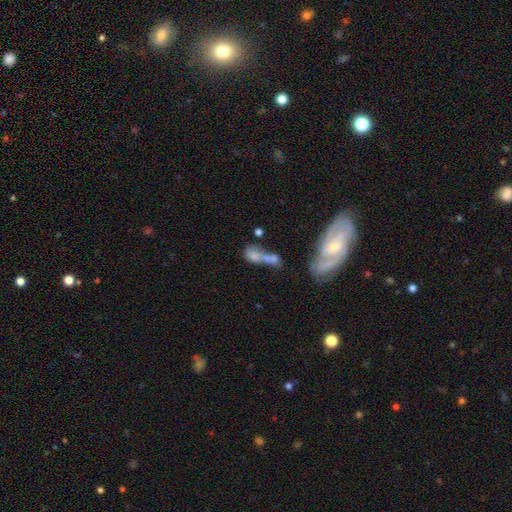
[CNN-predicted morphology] Smooth or featured?
  - smooth: 60% *
  - featured or disk: 27%
  - star or artifact: 13%
How rounded?
  - in between: 62% *
  - cigar-shaped: 21%
  - round: 18%
Merging?
  - merger: 64% *
  - none: 15%
  - major disturbance: 12%
  - minor disturbance: 8%